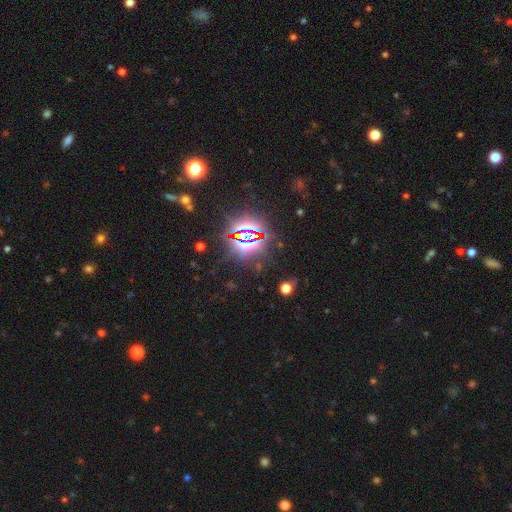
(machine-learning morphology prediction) This is clearly a star or artifact rather than a galaxy (85%).